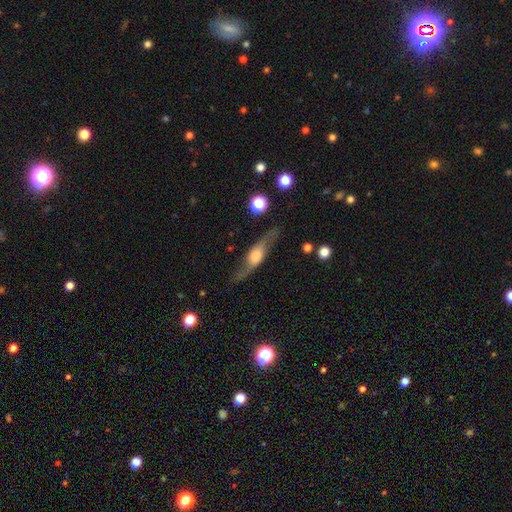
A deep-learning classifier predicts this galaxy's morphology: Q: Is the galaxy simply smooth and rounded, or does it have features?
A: featured or disk — 68%.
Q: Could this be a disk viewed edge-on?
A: yes — 67%.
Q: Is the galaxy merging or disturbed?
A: none — 76%.